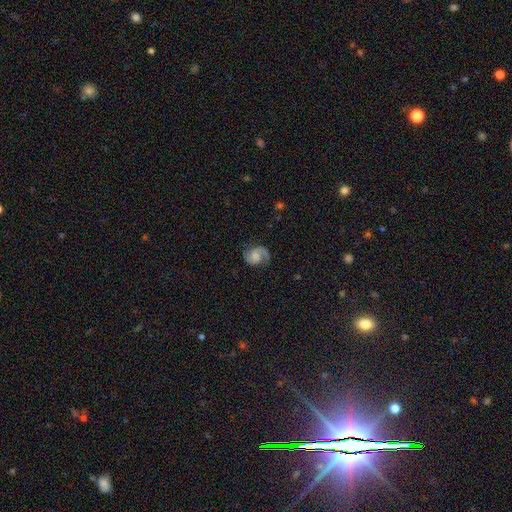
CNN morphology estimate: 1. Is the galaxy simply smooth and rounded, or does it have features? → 81% featured or disk, 13% smooth, 7% star or artifact.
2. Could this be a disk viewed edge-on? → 98% no, 2% yes.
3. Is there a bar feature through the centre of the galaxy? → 58% no, 36% weak, 6% strong.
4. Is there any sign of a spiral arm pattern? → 97% yes, 3% no.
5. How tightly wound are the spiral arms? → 53% medium, 25% tight, 22% loose.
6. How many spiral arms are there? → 87% 2, 8% 1, 3% can't tell, 1% 3, 1% 4, 1% more than 4.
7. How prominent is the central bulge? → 37% none, 25% moderate, 20% small, 15% large, 2% dominant.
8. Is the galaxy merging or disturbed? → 76% none, 16% minor disturbance, 7% major disturbance, 1% merger.